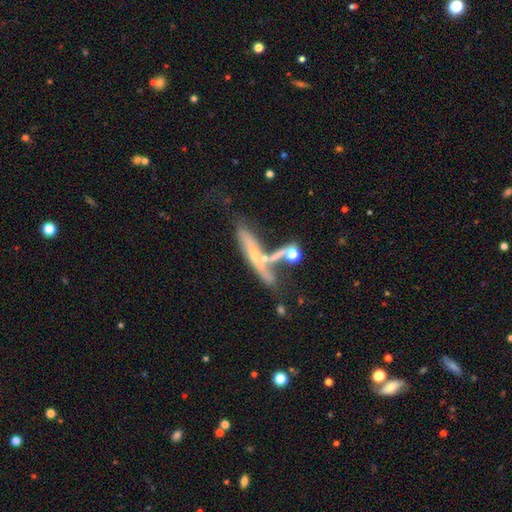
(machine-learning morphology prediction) featured or disk 58%, smooth 32%, star or artifact 10%. Down the decision tree: edge-on disk — yes (63%); merging — merger (33%).